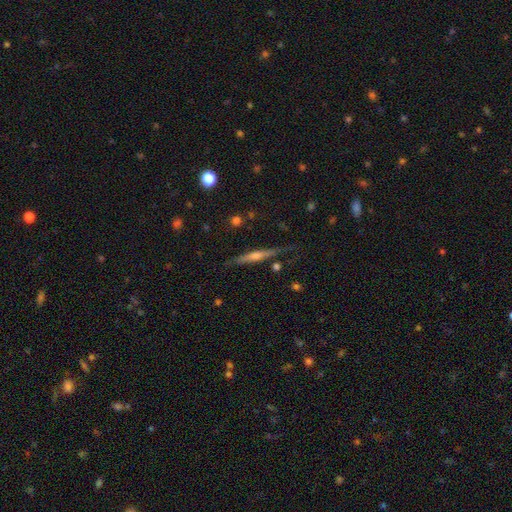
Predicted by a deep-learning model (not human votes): Q: Smooth or featured?
A: featured or disk (64%); runner-up: smooth (28%)
Q: Edge-on disk?
A: yes (96%); runner-up: no (4%)
Q: Edge-on bulge?
A: rounded (69%); runner-up: none (23%)
Q: Merging?
A: none (80%); runner-up: minor disturbance (14%)